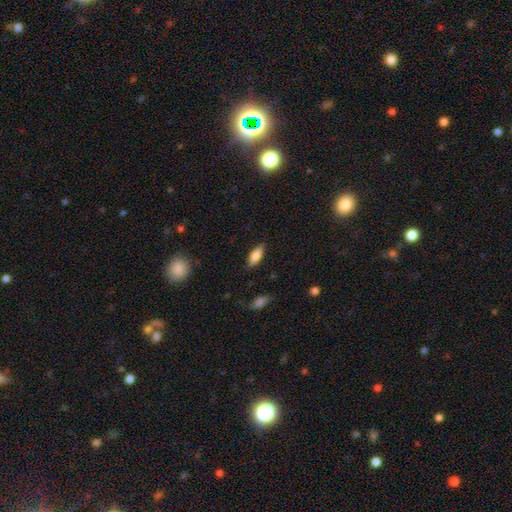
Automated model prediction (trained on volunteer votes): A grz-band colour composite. It shows a smooth galaxy with no disk features (77%) that is in between round and cigar-shaped (71%). Merging: none (86%).